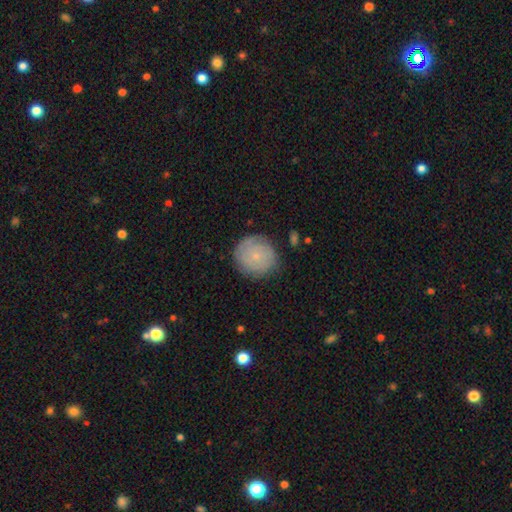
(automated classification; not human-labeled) smooth-or-featured: smooth: 49% | featured or disk: 43% | star or artifact: 8%
  merging: none: 80% | minor disturbance: 14% | major disturbance: 4% | merger: 1%